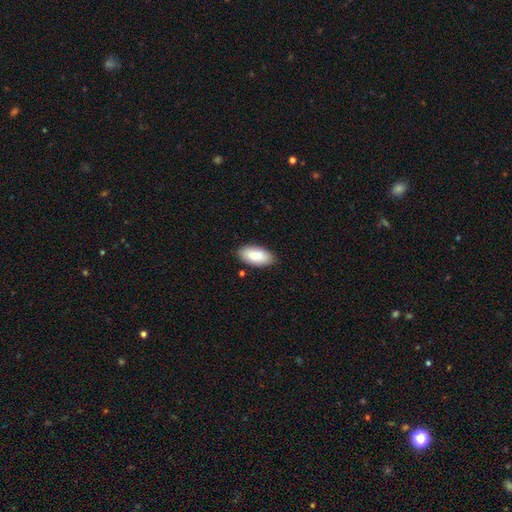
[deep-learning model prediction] Smooth or featured? smooth (87%)
How rounded? in between (92%)
Merging? none (85%)